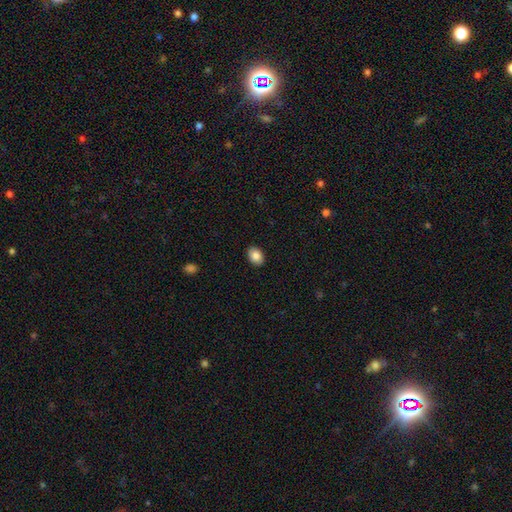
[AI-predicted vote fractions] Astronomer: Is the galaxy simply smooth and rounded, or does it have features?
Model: smooth — 85%.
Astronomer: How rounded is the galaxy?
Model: in between — 76%.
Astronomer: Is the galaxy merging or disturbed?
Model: none — 90%.